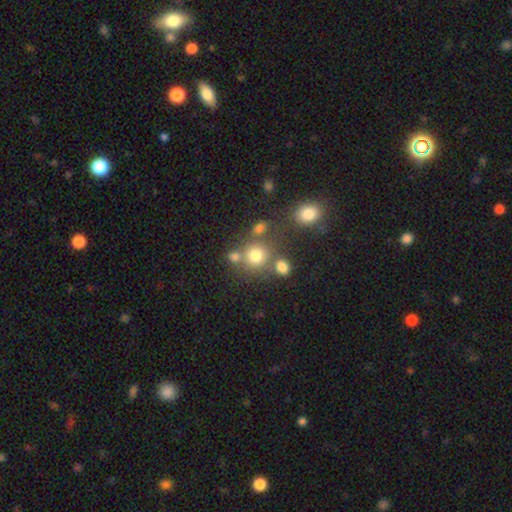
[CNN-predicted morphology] Smooth or featured?
  - smooth: 74% *
  - star or artifact: 16%
  - featured or disk: 10%
How rounded?
  - round: 85% *
  - in between: 13%
  - cigar-shaped: 1%
Merging?
  - none: 60% *
  - merger: 23%
  - minor disturbance: 11%
  - major disturbance: 6%